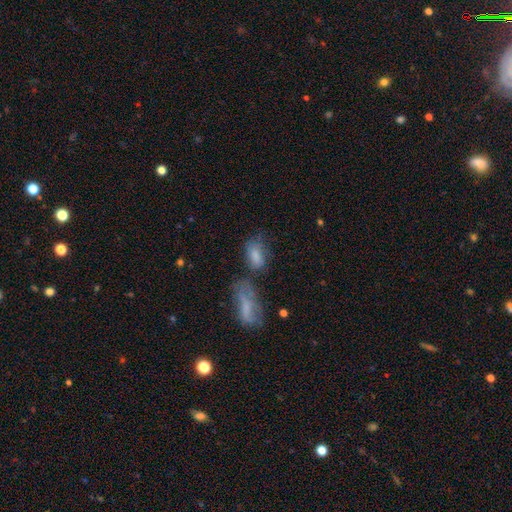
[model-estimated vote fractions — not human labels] A smooth galaxy with no disk features (75%) that is in between round and cigar-shaped (88%).

Vote fractions:
- Smooth or featured? smooth: 75% / featured or disk: 16% / star or artifact: 9%
- How rounded? in between: 88% / round: 7% / cigar-shaped: 5%
- Merging? none: 39% / minor disturbance: 23% / merger: 22% / major disturbance: 15%